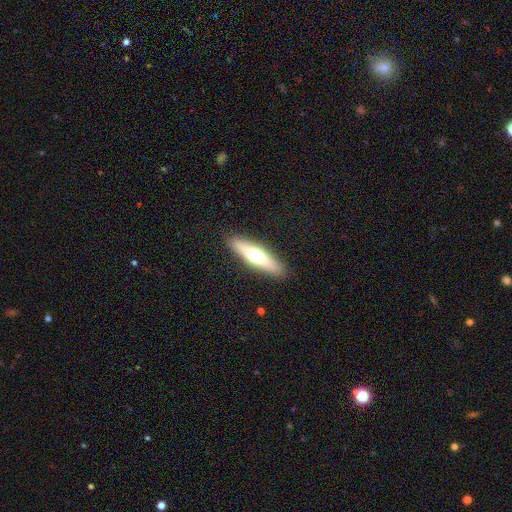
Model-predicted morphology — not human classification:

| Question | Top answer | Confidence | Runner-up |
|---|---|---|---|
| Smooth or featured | smooth | 51% | featured or disk (42%) |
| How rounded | cigar-shaped | 73% | in between (25%) |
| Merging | none | 89% | minor disturbance (8%) |